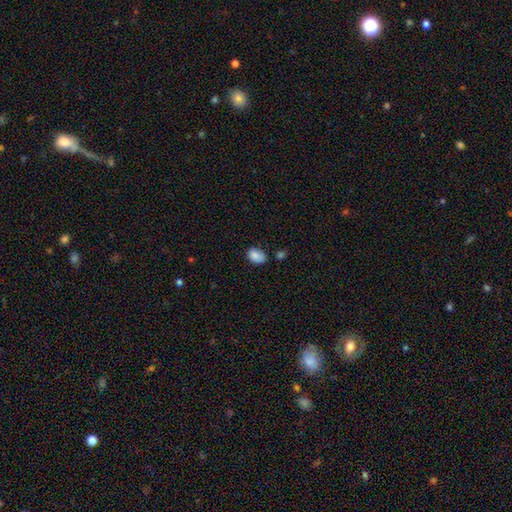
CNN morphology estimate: Q: Smooth or featured?
A: smooth (86%); runner-up: star or artifact (8%)
Q: How rounded?
A: in between (86%); runner-up: round (13%)
Q: Merging?
A: none (64%); runner-up: minor disturbance (25%)